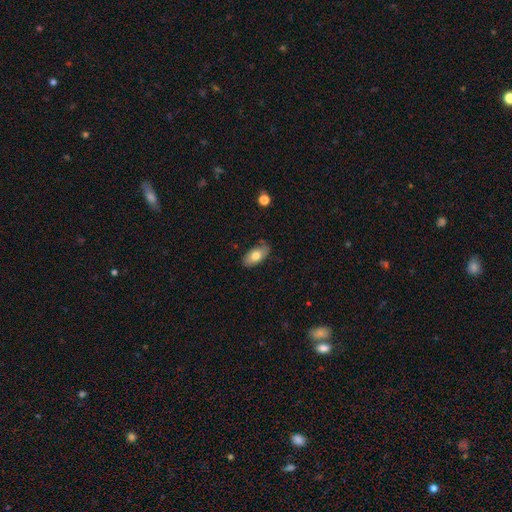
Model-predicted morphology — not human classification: type=smooth (73%); roundness=in between (92%); merging=none (79%).